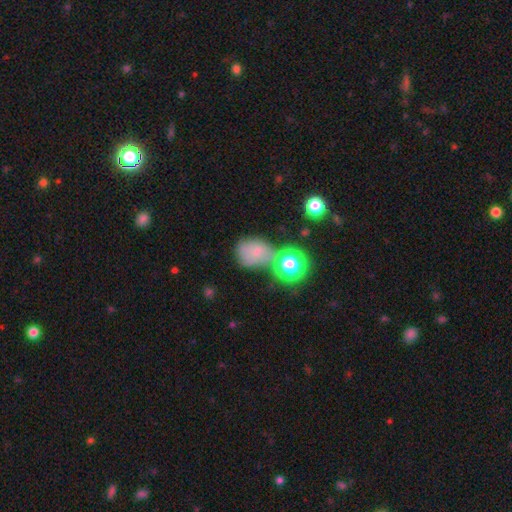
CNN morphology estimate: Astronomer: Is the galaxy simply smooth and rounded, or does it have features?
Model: smooth — 66%.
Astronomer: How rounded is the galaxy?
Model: round — 57% (runner-up: in between, 42%).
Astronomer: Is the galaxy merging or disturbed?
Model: none — 46% (runner-up: merger, 24%).